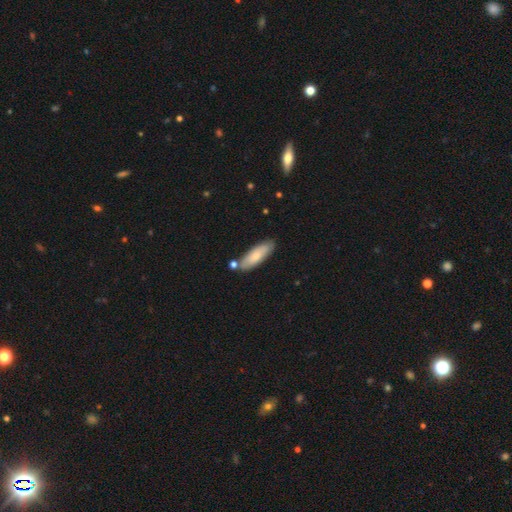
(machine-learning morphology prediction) Smooth or featured?
  - smooth: 75% *
  - featured or disk: 19%
  - star or artifact: 6%
How rounded?
  - in between: 51% *
  - cigar-shaped: 48%
  - round: 2%
Merging?
  - none: 76% *
  - minor disturbance: 14%
  - merger: 8%
  - major disturbance: 2%